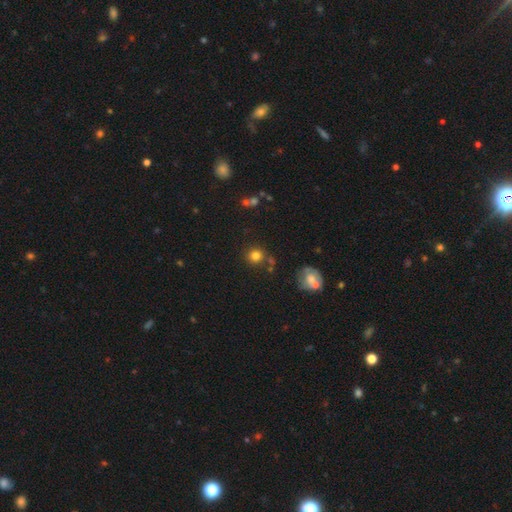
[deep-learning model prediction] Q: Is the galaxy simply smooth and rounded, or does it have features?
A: smooth — 80%.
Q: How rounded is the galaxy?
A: round — 91%.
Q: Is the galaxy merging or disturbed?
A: none — 78%.